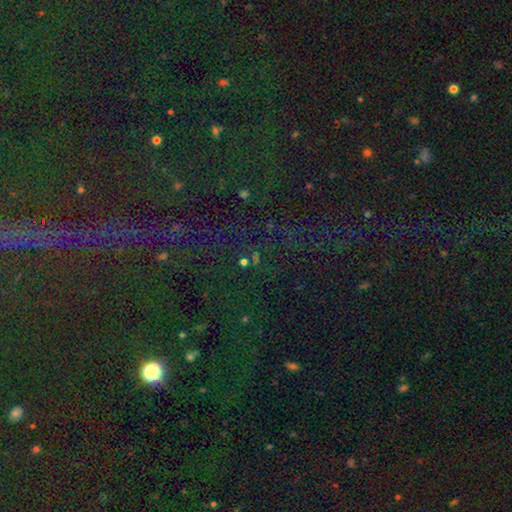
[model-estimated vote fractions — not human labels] Smooth or featured? star or artifact (78%)